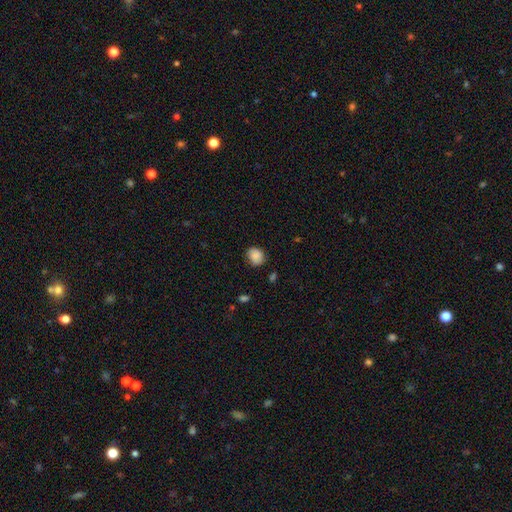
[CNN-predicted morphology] The model was most divided on "how rounded": round: 65%, in between: 34%, cigar-shaped: 1%. More confident: smooth or featured — smooth (81%); merging — none (77%).